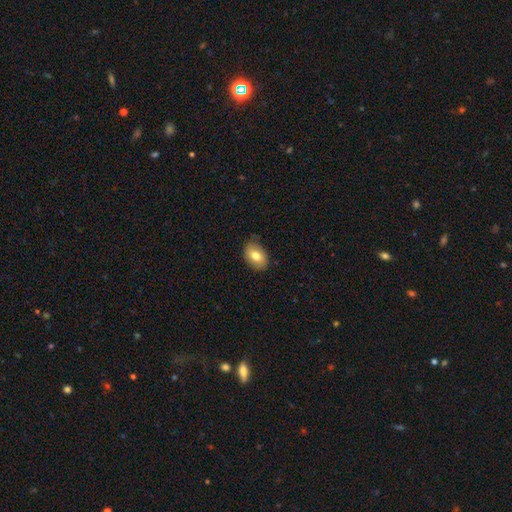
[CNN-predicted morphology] A smooth galaxy with no disk features (76%) that is in between round and cigar-shaped (84%).

Vote fractions:
- Smooth or featured? smooth: 76% / featured or disk: 17% / star or artifact: 8%
- How rounded? in between: 84% / round: 15% / cigar-shaped: 1%
- Merging? none: 80% / minor disturbance: 17% / major disturbance: 3% / merger: 1%